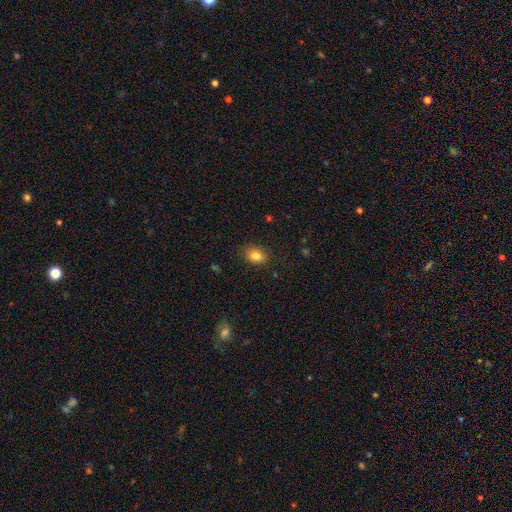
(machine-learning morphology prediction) Smooth or featured: smooth — 83% (star or artifact — 10%)
How rounded: in between — 69% (round — 30%)
Merging: none — 85% (minor disturbance — 11%)